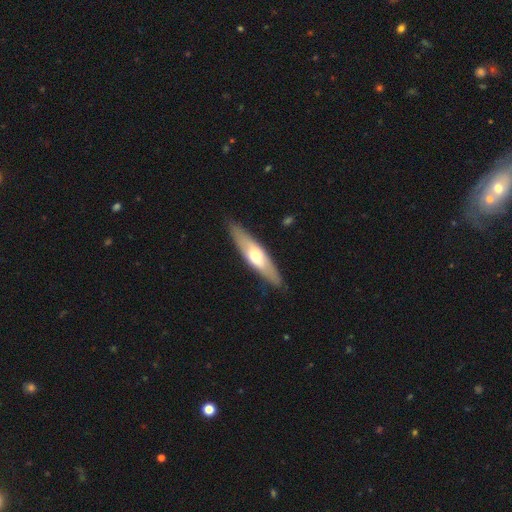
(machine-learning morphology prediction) featured or disk 48%, smooth 47%, star or artifact 5%. Down the decision tree: merging — none (88%).